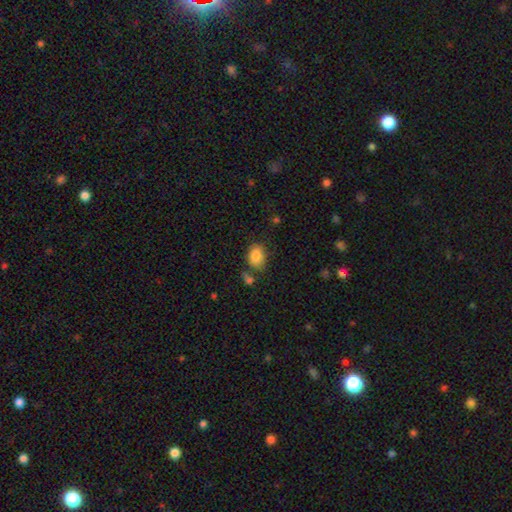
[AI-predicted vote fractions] Smooth or featured? Predicted: smooth (p=0.84). How rounded? Predicted: in between (p=0.69). Merging? Predicted: none (p=0.64).